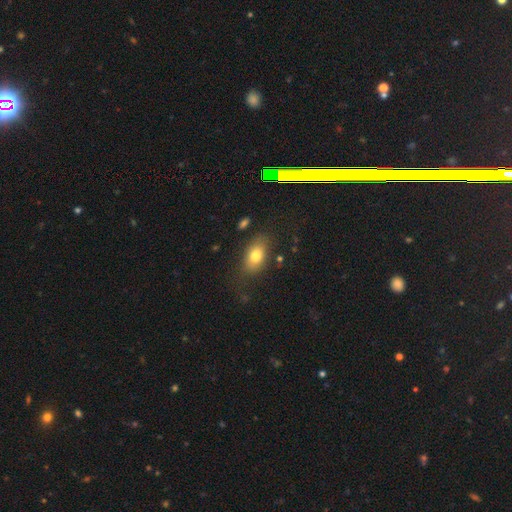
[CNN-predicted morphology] Smooth or featured: smooth — 77% (featured or disk — 13%)
How rounded: in between — 85% (round — 12%)
Merging: none — 75% (minor disturbance — 16%)